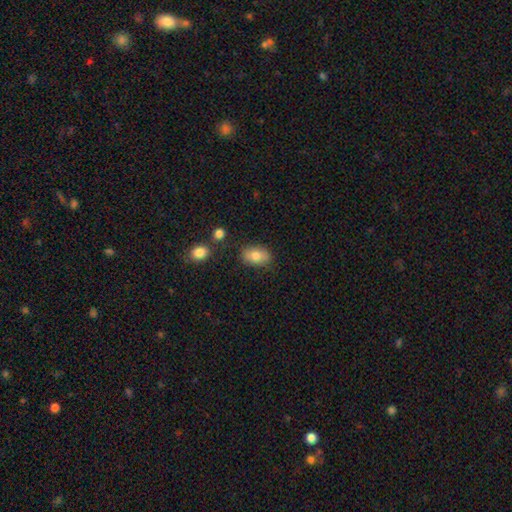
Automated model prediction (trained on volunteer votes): Overall: smooth (78%). How rounded: in between (85%). Merging: none (80%).